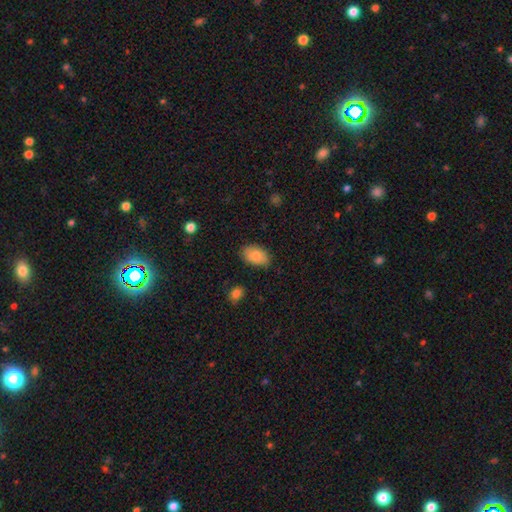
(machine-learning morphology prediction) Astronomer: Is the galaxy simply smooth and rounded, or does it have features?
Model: smooth — 85%.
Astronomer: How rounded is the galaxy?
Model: in between — 92%.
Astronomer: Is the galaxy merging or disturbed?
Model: none — 82%.